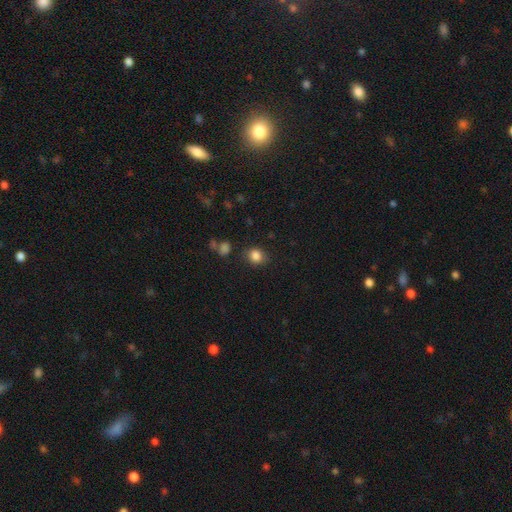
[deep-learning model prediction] smooth-or-featured: smooth: 84% | star or artifact: 11% | featured or disk: 5%
  how-rounded: round: 68% | in between: 31% | cigar-shaped: 1%
  merging: none: 81% | minor disturbance: 13% | major disturbance: 4% | merger: 3%